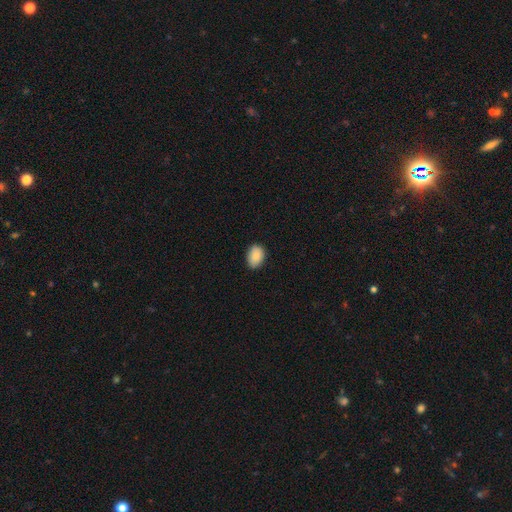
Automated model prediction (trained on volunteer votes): smooth-or-featured: smooth: 89% | star or artifact: 7% | featured or disk: 4%
  how-rounded: in between: 79% | round: 20% | cigar-shaped: 1%
  merging: none: 84% | minor disturbance: 13% | major disturbance: 2% | merger: 1%